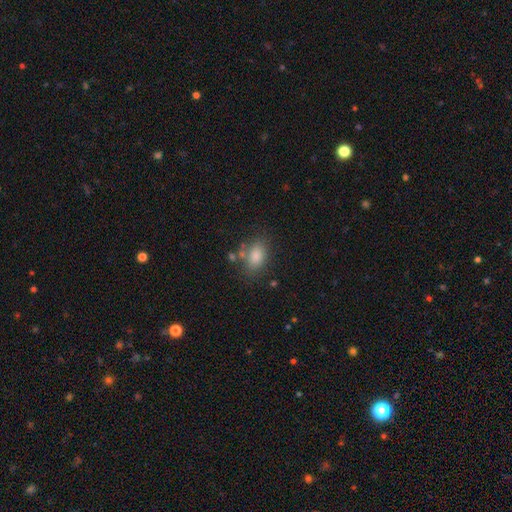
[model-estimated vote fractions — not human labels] The model was most divided on "merging": none: 71%, minor disturbance: 15%, merger: 9%, major disturbance: 5%. More confident: how rounded — in between (84%); smooth or featured — smooth (80%).